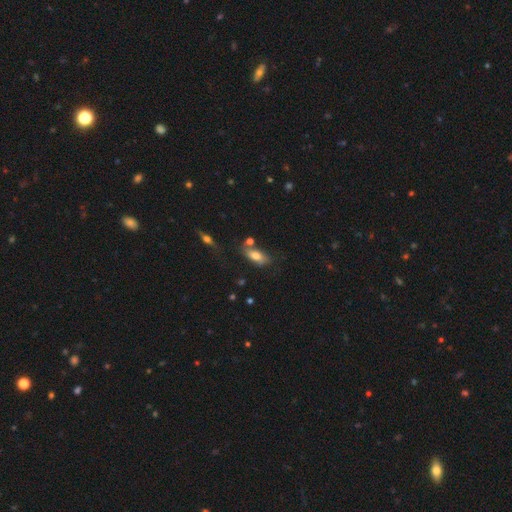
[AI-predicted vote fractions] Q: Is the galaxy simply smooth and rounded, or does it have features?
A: smooth — 71%.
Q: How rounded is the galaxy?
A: in between — 85%.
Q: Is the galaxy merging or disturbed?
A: none — 58%.